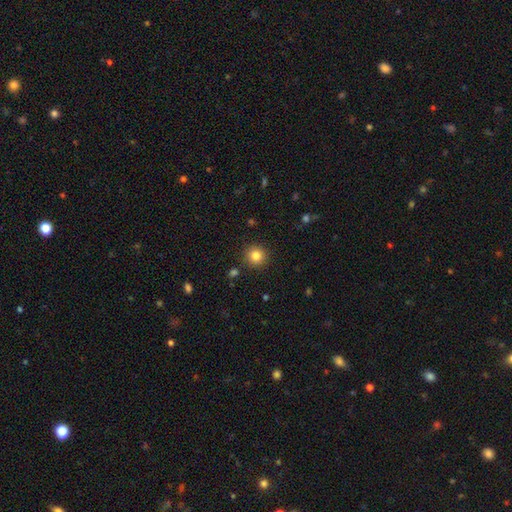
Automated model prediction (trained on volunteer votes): Q: Smooth or featured?
A: smooth (83%); runner-up: star or artifact (11%)
Q: How rounded?
A: round (94%); runner-up: in between (5%)
Q: Merging?
A: none (90%); runner-up: minor disturbance (6%)